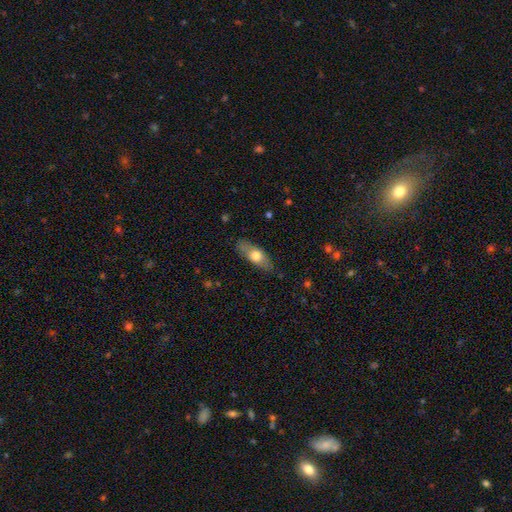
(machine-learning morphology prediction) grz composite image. It shows a smooth galaxy with no disk features (63%) that is in between round and cigar-shaped (70%). Merging: none (78%).